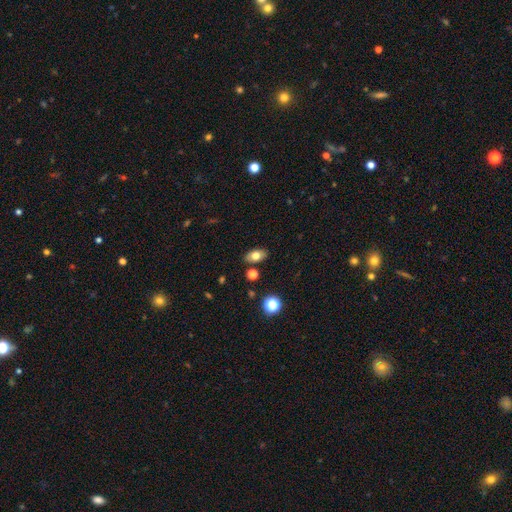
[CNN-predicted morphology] smooth_or_featured: smooth (p=0.75) [alt: featured or disk p=0.15]
how_rounded: in between (p=0.88) [alt: round p=0.10]
merging: none (p=0.85) [alt: minor disturbance p=0.09]